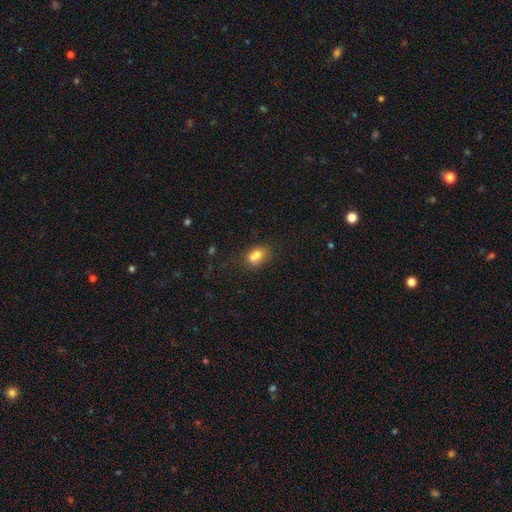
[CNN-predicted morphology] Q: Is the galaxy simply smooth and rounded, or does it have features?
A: smooth — 74%.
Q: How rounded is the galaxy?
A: in between — 72%.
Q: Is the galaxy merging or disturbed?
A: none — 46%.